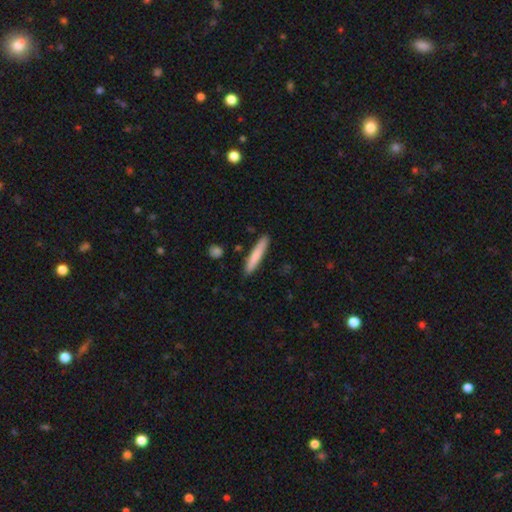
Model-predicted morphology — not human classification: smooth-or-featured: smooth: 77% | featured or disk: 17% | star or artifact: 5%
  how-rounded: cigar-shaped: 93% | in between: 5% | round: 1%
  merging: none: 88% | minor disturbance: 8% | merger: 2% | major disturbance: 2%